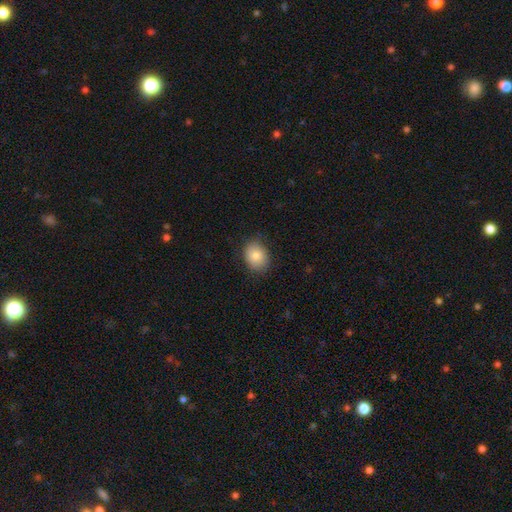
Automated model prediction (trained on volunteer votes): smooth 84%, featured or disk 8%, star or artifact 8%. Down the decision tree: how rounded — in between (57%); merging — none (82%).